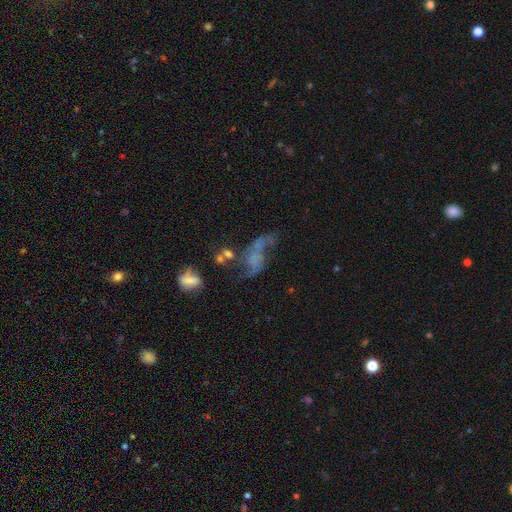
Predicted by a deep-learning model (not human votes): Q: Smooth or featured?
A: featured or disk (62%); runner-up: smooth (20%)
Q: Edge-on disk?
A: no (93%); runner-up: yes (7%)
Q: Bar?
A: no (71%); runner-up: weak (22%)
Q: Spiral arms?
A: yes (65%); runner-up: no (35%)
Q: Bulge size?
A: none (65%); runner-up: small (19%)
Q: Merging?
A: major disturbance (33%); tied with: none (33%)